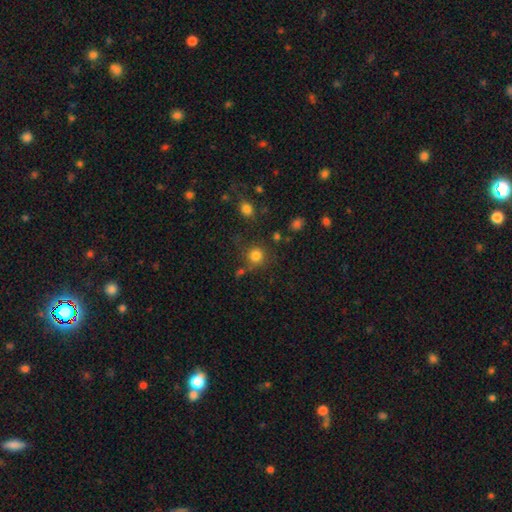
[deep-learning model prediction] Overall: smooth (81%). How rounded: round (91%). Merging: none (74%).